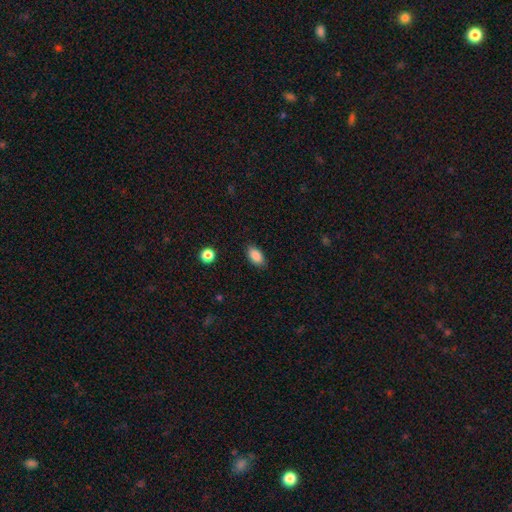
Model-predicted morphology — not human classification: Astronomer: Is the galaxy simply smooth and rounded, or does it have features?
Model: smooth — 88%.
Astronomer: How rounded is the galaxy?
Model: in between — 92%.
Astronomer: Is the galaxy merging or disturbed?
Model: none — 86%.